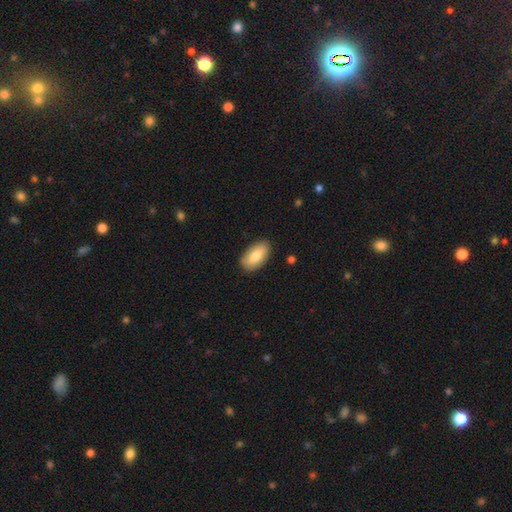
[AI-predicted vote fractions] Q: Smooth or featured?
A: smooth (80%); runner-up: featured or disk (14%)
Q: How rounded?
A: in between (94%); runner-up: round (3%)
Q: Merging?
A: none (86%); runner-up: minor disturbance (10%)